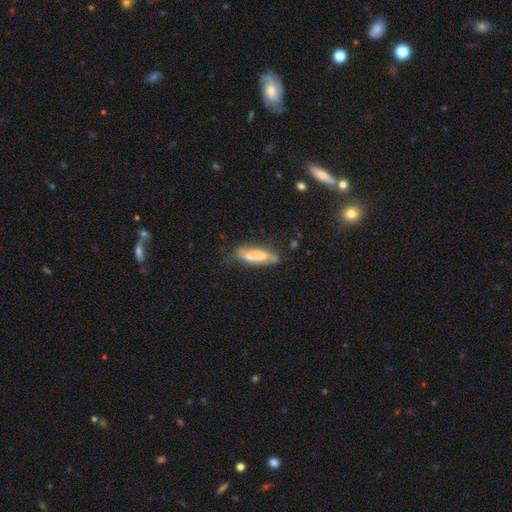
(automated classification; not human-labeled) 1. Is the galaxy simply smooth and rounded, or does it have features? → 57% smooth, 36% featured or disk, 7% star or artifact.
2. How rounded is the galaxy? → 59% cigar-shaped, 39% in between, 2% round.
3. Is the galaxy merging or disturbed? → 62% none, 26% minor disturbance, 8% major disturbance, 4% merger.